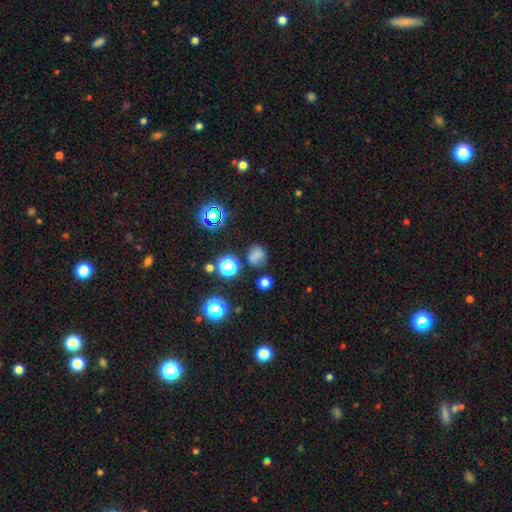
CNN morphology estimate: The model was most divided on "smooth or featured": smooth: 70%, star or artifact: 22%, featured or disk: 8%. More confident: how rounded — round (77%); merging — none (72%).